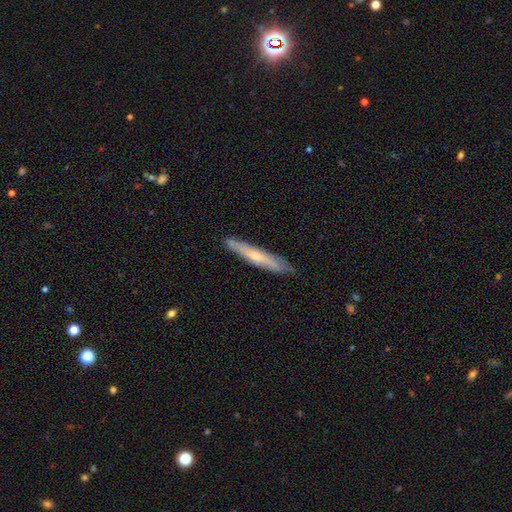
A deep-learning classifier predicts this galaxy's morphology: Smooth or featured? Predicted: featured or disk (p=0.52). Edge-on disk? Predicted: yes (p=0.84). Merging? Predicted: none (p=0.83).